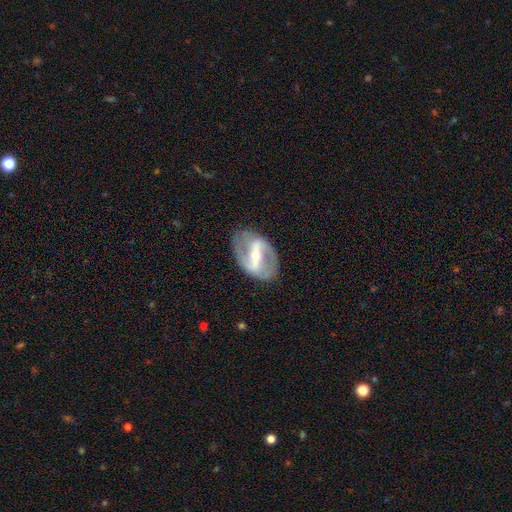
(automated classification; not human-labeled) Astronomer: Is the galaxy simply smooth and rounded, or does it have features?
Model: featured or disk — 86%.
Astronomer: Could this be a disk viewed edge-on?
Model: no — 94%.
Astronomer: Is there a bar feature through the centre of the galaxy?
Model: strong — 75%.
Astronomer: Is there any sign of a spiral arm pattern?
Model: yes — 79%.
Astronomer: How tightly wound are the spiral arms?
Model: medium — 42% (runner-up: loose, 36%).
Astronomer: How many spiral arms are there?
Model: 2 — 88%.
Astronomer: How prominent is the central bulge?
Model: small — 56% (runner-up: moderate, 40%).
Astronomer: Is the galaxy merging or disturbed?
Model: none — 81%.